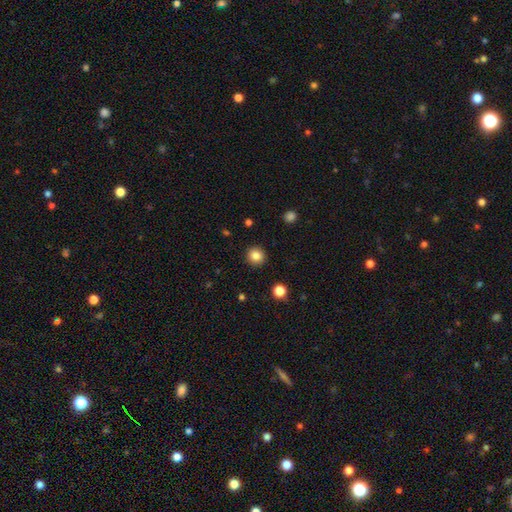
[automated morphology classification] Q: Smooth or featured?
A: smooth (84%); runner-up: star or artifact (11%)
Q: How rounded?
A: round (92%); runner-up: in between (7%)
Q: Merging?
A: none (92%); runner-up: minor disturbance (5%)